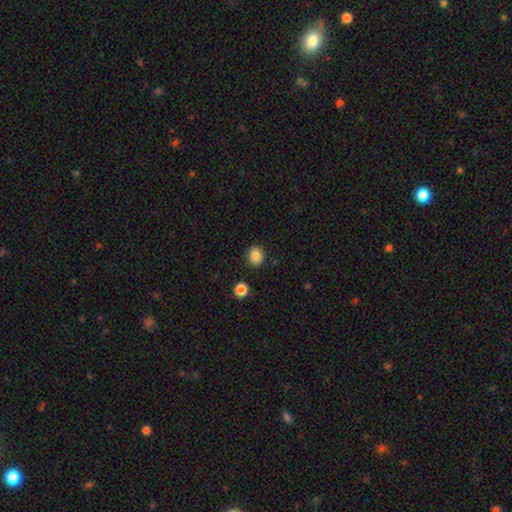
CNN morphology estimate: smooth 86%, star or artifact 11%, featured or disk 4%. Down the decision tree: how rounded — round (72%); merging — none (89%).